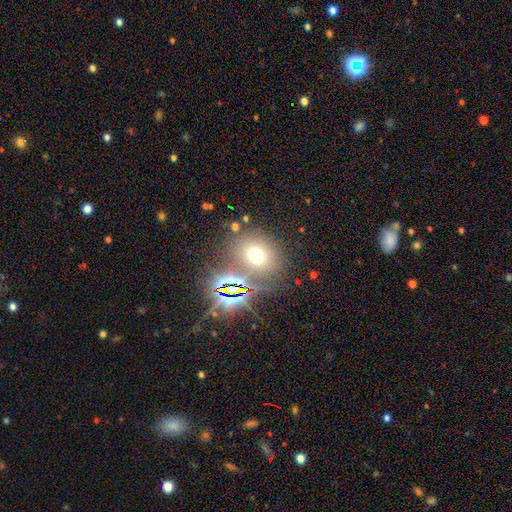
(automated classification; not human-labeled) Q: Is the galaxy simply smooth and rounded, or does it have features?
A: smooth — 60%.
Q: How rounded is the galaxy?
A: round — 65%.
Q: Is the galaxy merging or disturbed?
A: none — 72%.